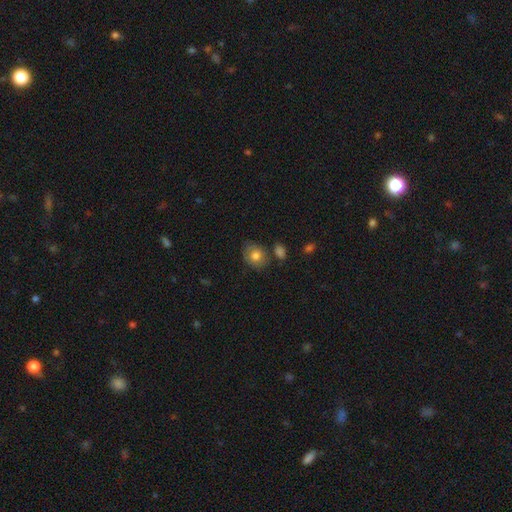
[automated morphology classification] A smooth galaxy with no disk features (77%) that is in between round and cigar-shaped (51%).

Vote fractions:
- Smooth or featured? smooth: 77% / featured or disk: 15% / star or artifact: 8%
- How rounded? in between: 51% / round: 48% / cigar-shaped: 1%
- Merging? none: 69% / minor disturbance: 19% / merger: 7% / major disturbance: 5%